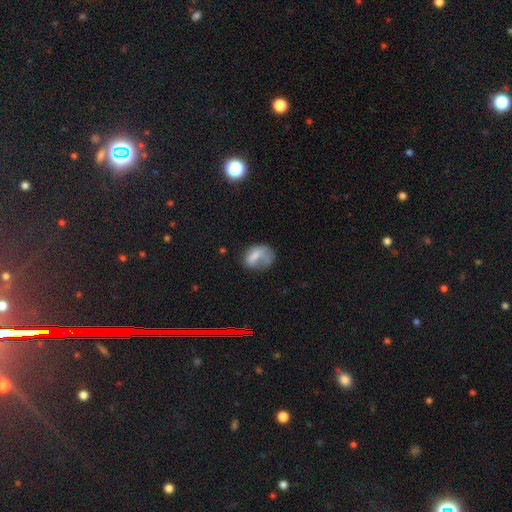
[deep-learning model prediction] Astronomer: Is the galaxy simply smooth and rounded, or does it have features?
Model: smooth — 66%.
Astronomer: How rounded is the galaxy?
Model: in between — 71%.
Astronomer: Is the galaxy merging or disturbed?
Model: major disturbance — 34% (runner-up: none, 31%).